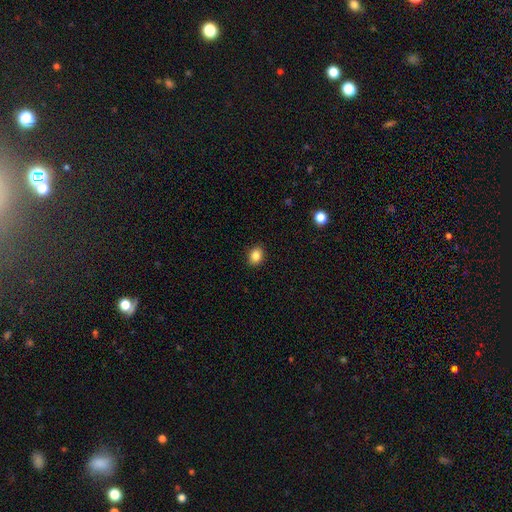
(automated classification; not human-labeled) Q: Smooth or featured?
A: smooth (85%); runner-up: star or artifact (9%)
Q: How rounded?
A: in between (58%); runner-up: round (41%)
Q: Merging?
A: none (90%); runner-up: minor disturbance (7%)